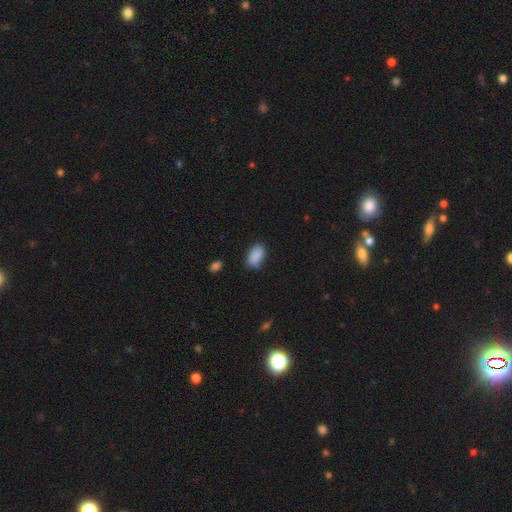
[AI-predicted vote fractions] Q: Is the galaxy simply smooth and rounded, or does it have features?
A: smooth — 88%.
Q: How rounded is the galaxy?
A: in between — 92%.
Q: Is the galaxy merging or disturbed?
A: none — 72%.